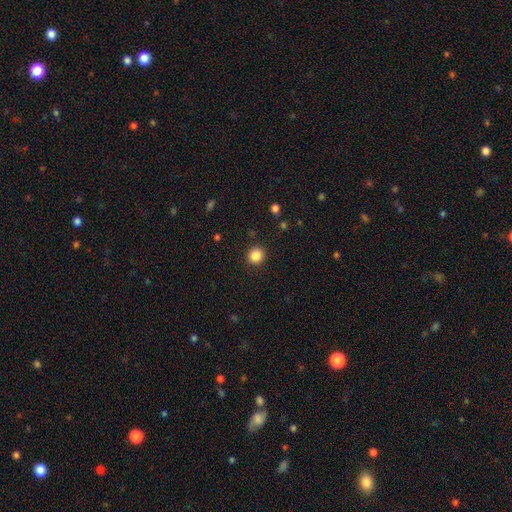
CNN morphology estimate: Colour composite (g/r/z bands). It shows a smooth galaxy with no disk features (85%) that is round (89%). Merging: none (91%).